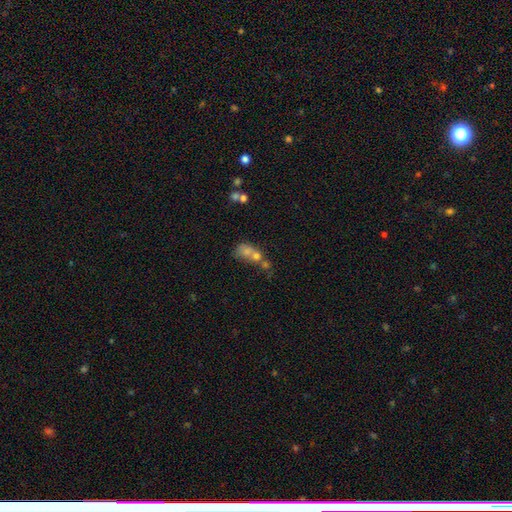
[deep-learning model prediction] Overall: smooth (61%; featured or disk 25%). How rounded: in between (51%; round 46%). Merging: merger (62%).